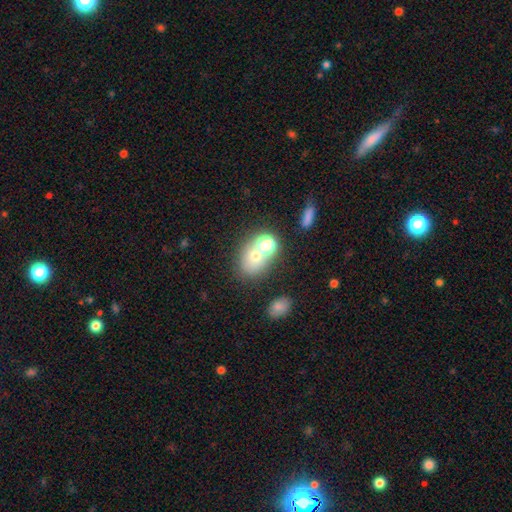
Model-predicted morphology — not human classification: A smooth galaxy with no disk features (64%) that is round (52%). Merging: none (46%).